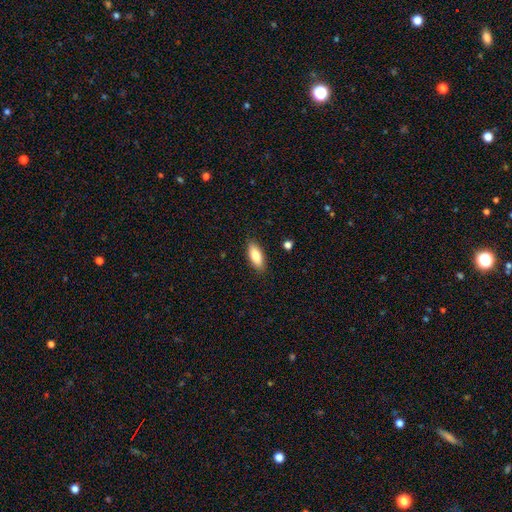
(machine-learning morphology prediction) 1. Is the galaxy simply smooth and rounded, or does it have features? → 83% smooth, 10% featured or disk, 6% star or artifact.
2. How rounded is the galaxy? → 80% in between, 18% cigar-shaped, 2% round.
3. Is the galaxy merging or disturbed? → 88% none, 9% minor disturbance, 2% major disturbance, 1% merger.